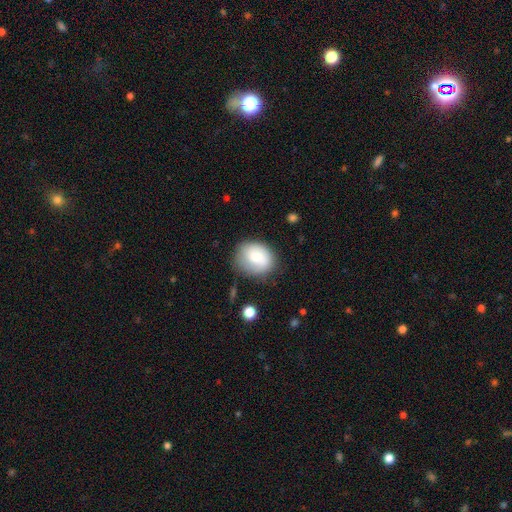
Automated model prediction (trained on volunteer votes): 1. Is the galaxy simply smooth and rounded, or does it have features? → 75% smooth, 18% featured or disk, 7% star or artifact.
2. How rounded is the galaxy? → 53% round, 46% in between, 1% cigar-shaped.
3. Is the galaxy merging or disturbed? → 69% none, 22% minor disturbance, 7% major disturbance, 3% merger.